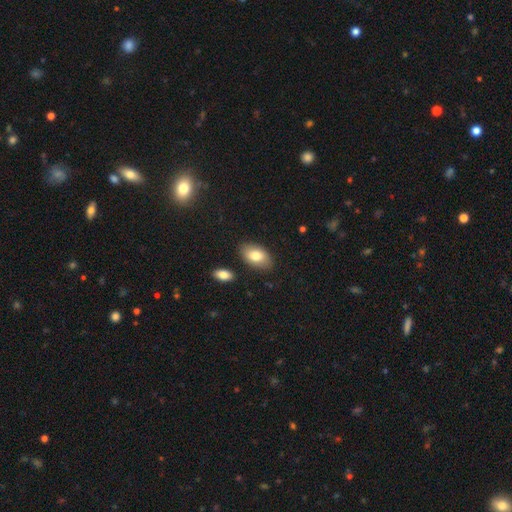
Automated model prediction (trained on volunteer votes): A smooth galaxy with no disk features (79%) that is in between round and cigar-shaped (92%).

Vote fractions:
- Smooth or featured? smooth: 79% / featured or disk: 14% / star or artifact: 7%
- How rounded? in between: 92% / round: 6% / cigar-shaped: 1%
- Merging? none: 84% / minor disturbance: 10% / merger: 3% / major disturbance: 2%